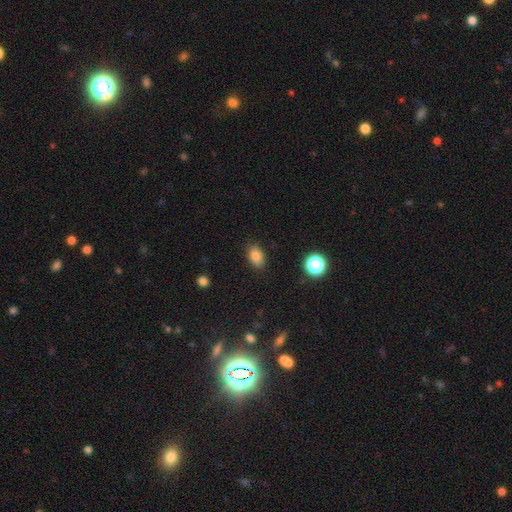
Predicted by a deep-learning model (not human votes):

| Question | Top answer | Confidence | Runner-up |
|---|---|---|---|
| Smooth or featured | smooth | 83% | star or artifact (11%) |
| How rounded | in between | 82% | round (17%) |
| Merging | none | 85% | minor disturbance (11%) |